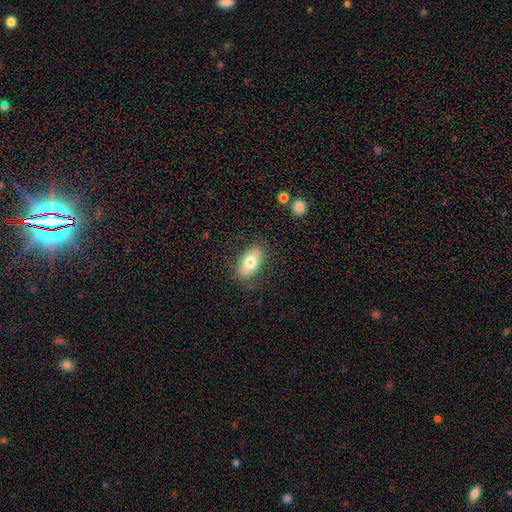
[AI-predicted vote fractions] Overall: smooth (61%; featured or disk 21%). How rounded: in between (84%). Merging: none (85%).